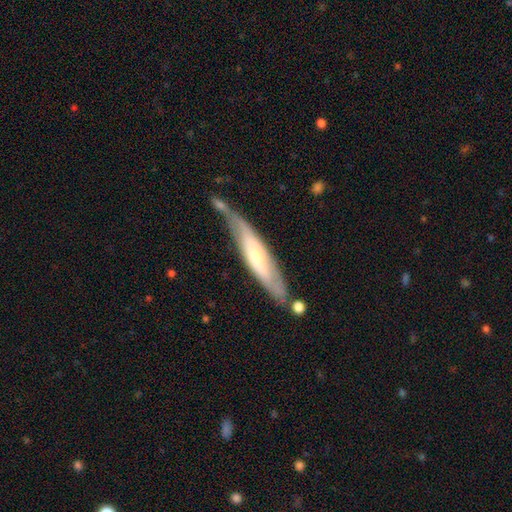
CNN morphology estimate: featured or disk 54%, smooth 41%, star or artifact 5%. Down the decision tree: edge-on disk — yes (55%); merging — none (53%).